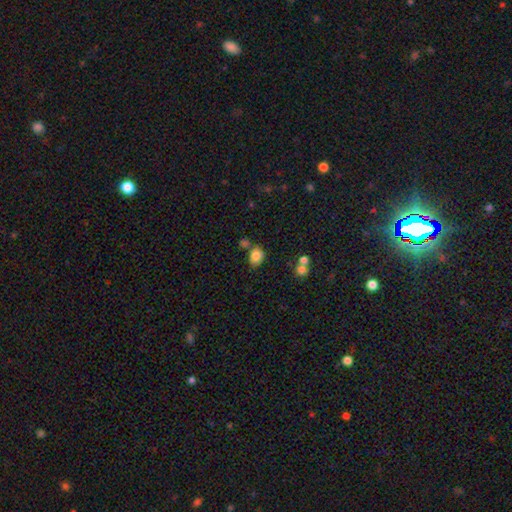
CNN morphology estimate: Overall: smooth (83%). How rounded: in between (60%; round 39%). Merging: none (67%).